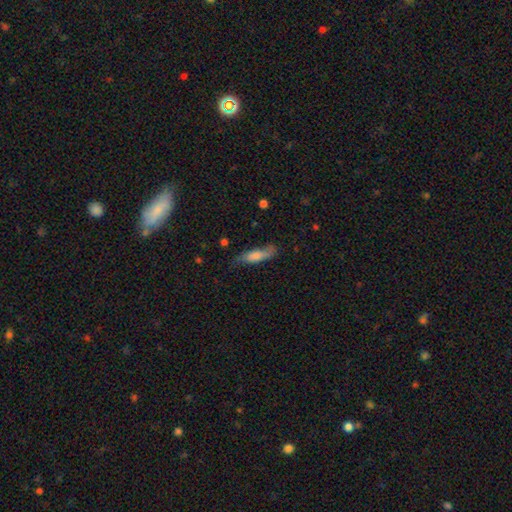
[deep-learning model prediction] This appears to be a smooth galaxy with no disk features (66%) that is cigar-shaped (72%). Merging: none (67%).